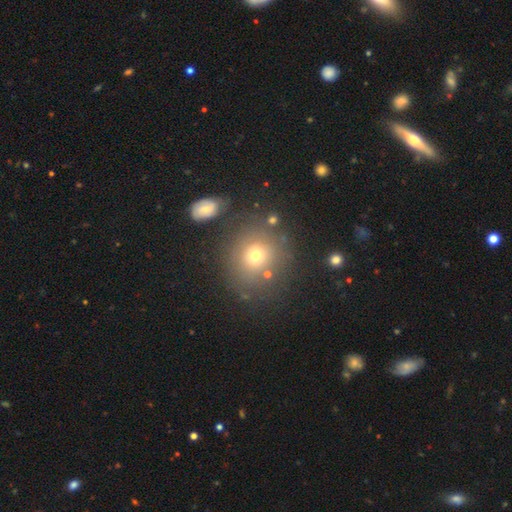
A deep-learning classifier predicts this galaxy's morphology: Smooth or featured? Predicted: smooth (p=0.69). How rounded? Predicted: round (p=0.84). Merging? Predicted: none (p=0.76).